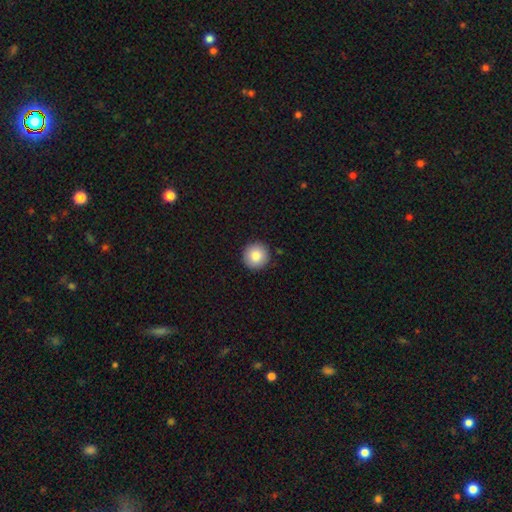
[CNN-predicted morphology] Q: Smooth or featured?
A: smooth (85%); runner-up: star or artifact (8%)
Q: How rounded?
A: round (96%); runner-up: in between (3%)
Q: Merging?
A: none (92%); runner-up: minor disturbance (5%)